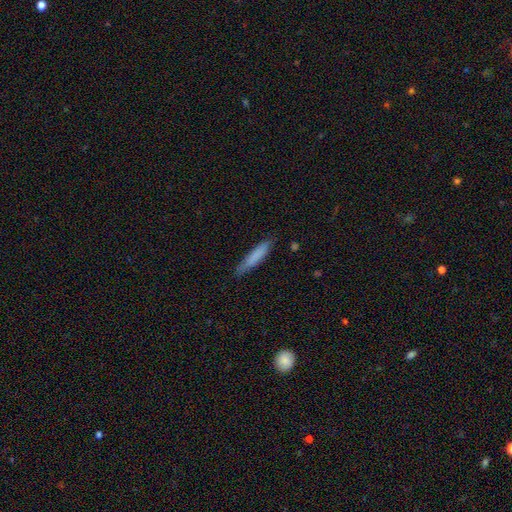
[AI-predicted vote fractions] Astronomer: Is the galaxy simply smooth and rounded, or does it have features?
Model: smooth — 77%.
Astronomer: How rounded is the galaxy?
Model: cigar-shaped — 90%.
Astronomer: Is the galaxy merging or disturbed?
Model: none — 83%.